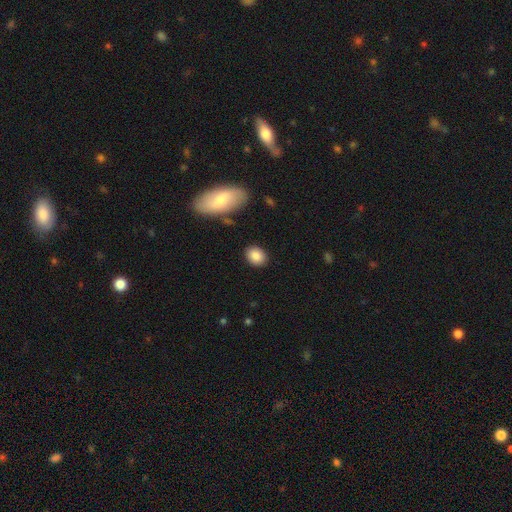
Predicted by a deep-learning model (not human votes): Smooth or featured?
  - smooth: 85% *
  - star or artifact: 8%
  - featured or disk: 7%
How rounded?
  - in between: 56% *
  - round: 43%
  - cigar-shaped: 1%
Merging?
  - none: 87% *
  - minor disturbance: 9%
  - major disturbance: 2%
  - merger: 2%